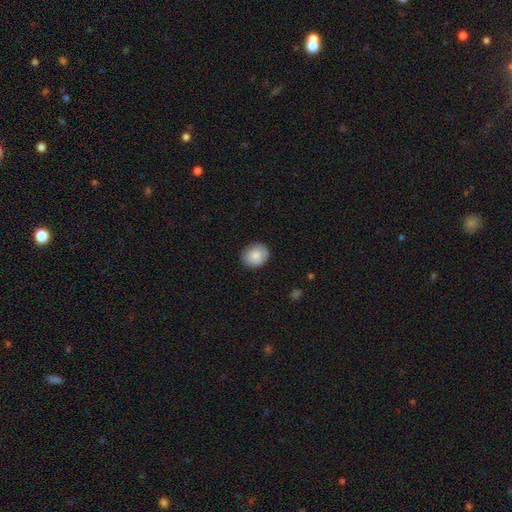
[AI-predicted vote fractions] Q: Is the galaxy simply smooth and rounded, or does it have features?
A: smooth — 86%.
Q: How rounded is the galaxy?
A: round — 70%.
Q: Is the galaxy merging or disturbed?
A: none — 87%.